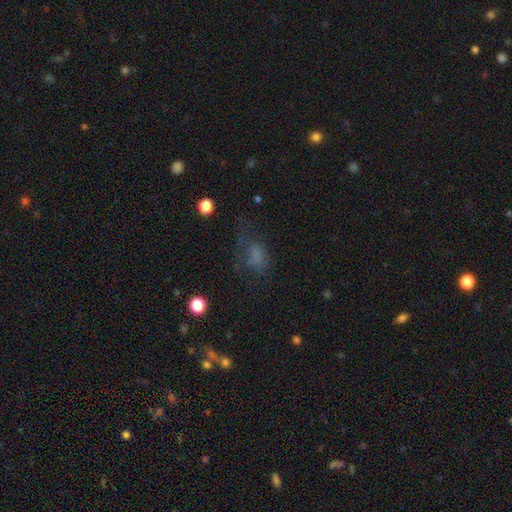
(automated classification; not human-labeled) This appears to be a smooth galaxy with no disk features (58%) that is in between round and cigar-shaped (75%). Merging: none (41%).